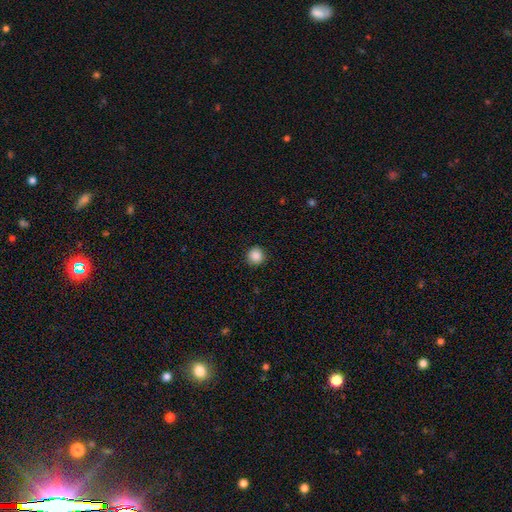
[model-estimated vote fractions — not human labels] smooth_or_featured: smooth (p=0.87) [alt: star or artifact p=0.10]
how_rounded: round (p=0.94) [alt: in between p=0.05]
merging: none (p=0.91) [alt: minor disturbance p=0.06]